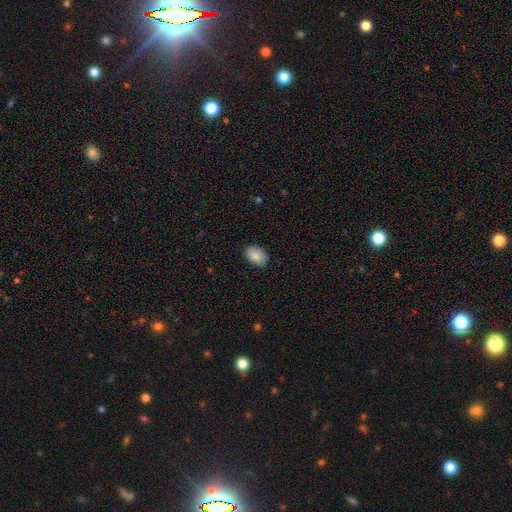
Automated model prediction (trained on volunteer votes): This appears to be a smooth galaxy with no disk features (88%) that is in between round and cigar-shaped (88%). Merging: none (84%).